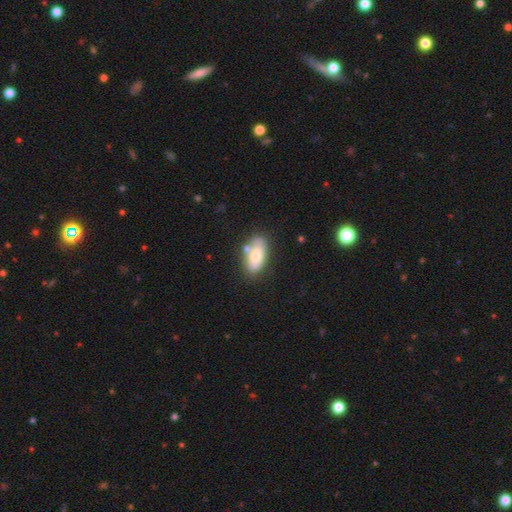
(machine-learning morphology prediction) Q: Smooth or featured?
A: smooth (70%); runner-up: featured or disk (23%)
Q: How rounded?
A: in between (88%); runner-up: cigar-shaped (8%)
Q: Merging?
A: none (70%); runner-up: minor disturbance (16%)